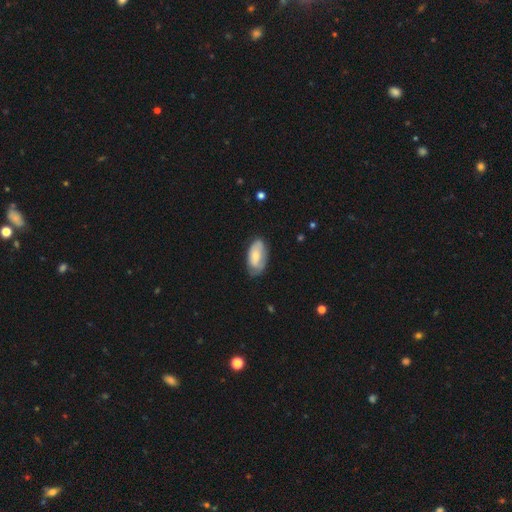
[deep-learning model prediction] Morphology: type=smooth (61%); roundness=in between (93%); merging=none (62%).